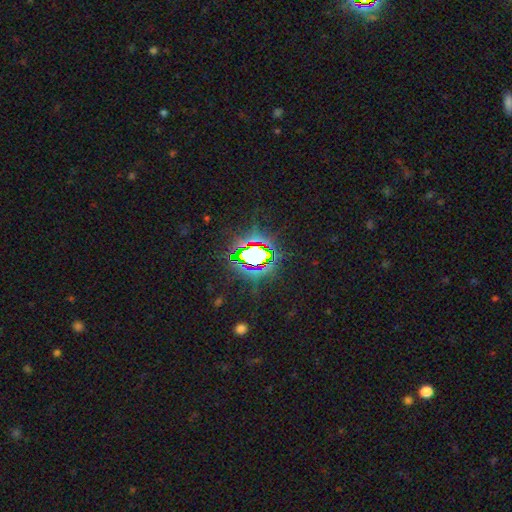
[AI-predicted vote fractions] Smooth or featured?
  - star or artifact: 74% *
  - smooth: 15%
  - featured or disk: 11%